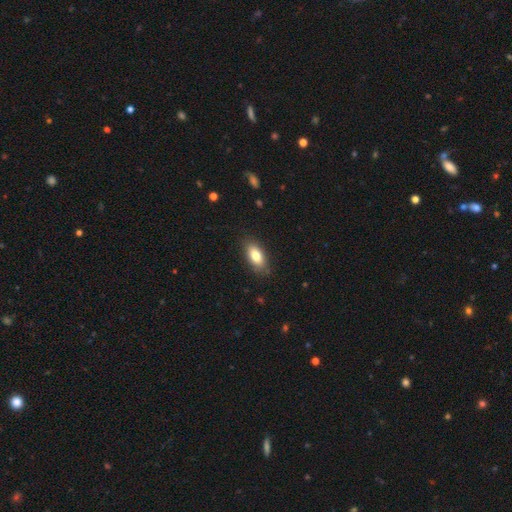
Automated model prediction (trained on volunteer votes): Overall: smooth (80%). How rounded: in between (87%). Merging: none (84%).